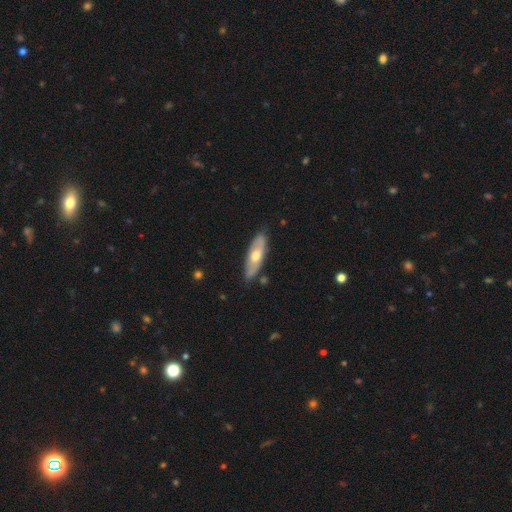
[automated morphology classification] This appears to be a featured or disk galaxy (50%). Merging: none (81%).